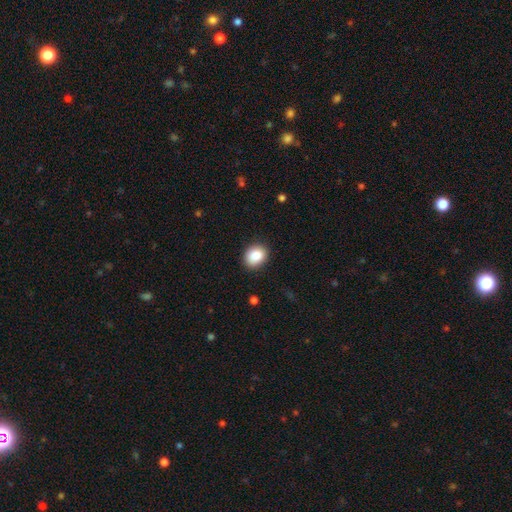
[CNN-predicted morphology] Overall: smooth (86%). How rounded: round (54%; in between 45%). Merging: none (88%).